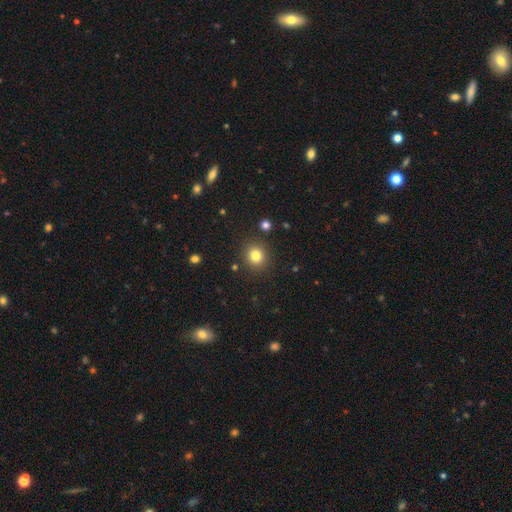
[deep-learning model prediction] A smooth galaxy with no disk features (81%) that is round (87%). Merging: none (88%).